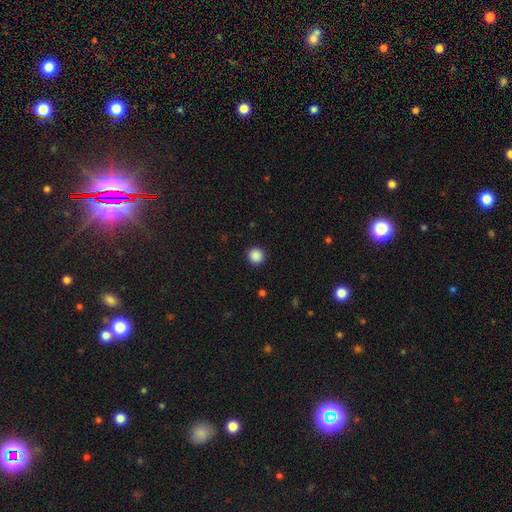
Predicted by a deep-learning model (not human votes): This is clearly a smooth galaxy (89%). How rounded: clearly round (95%). Merging: clearly none (93%).